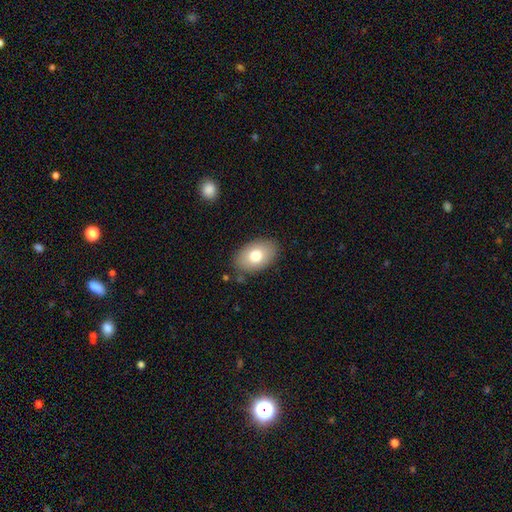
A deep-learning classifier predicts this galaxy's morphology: type=smooth (75%); roundness=in between (89%); merging=none (84%).